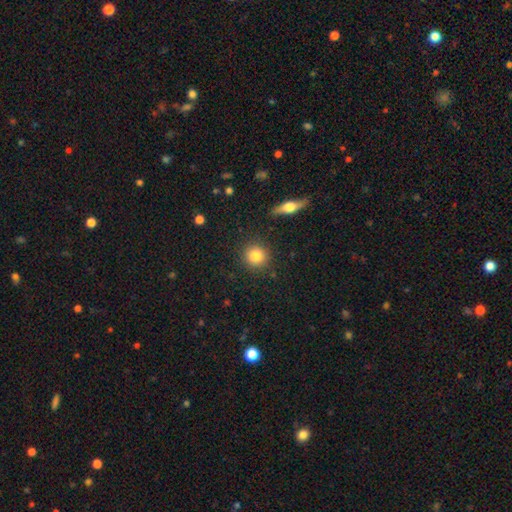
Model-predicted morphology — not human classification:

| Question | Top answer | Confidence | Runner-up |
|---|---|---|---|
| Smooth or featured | smooth | 83% | star or artifact (8%) |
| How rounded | round | 92% | in between (7%) |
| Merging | none | 89% | minor disturbance (6%) |